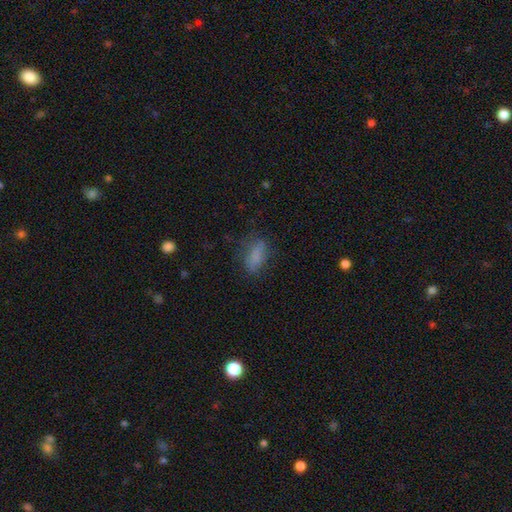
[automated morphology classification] type=smooth (79%); roundness=in between (81%); merging=none (67%).